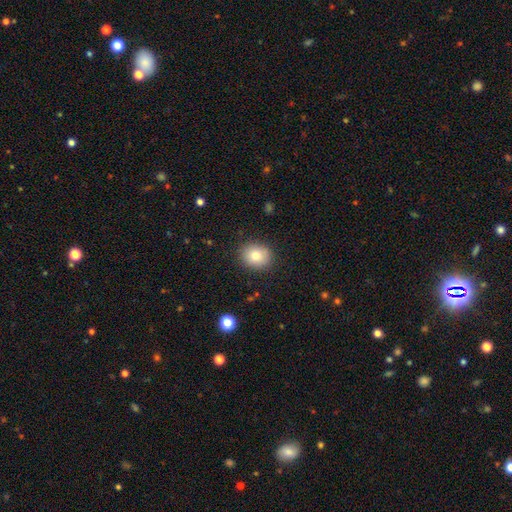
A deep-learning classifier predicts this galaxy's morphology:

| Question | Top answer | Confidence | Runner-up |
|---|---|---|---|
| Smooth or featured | smooth | 82% | star or artifact (10%) |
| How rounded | round | 67% | in between (32%) |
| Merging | none | 87% | minor disturbance (9%) |